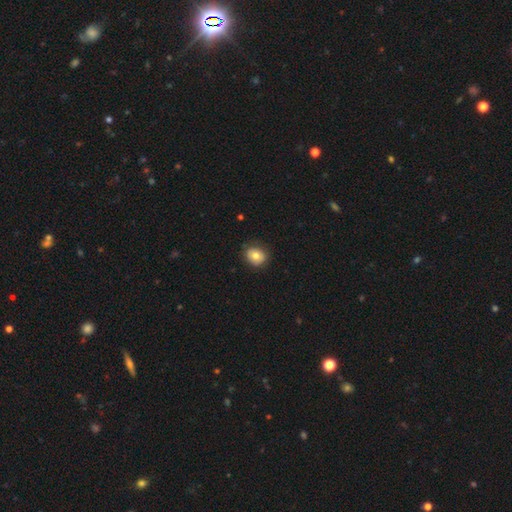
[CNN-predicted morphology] Q: Smooth or featured?
A: smooth (75%); runner-up: featured or disk (16%)
Q: How rounded?
A: round (67%); runner-up: in between (32%)
Q: Merging?
A: none (83%); runner-up: minor disturbance (13%)